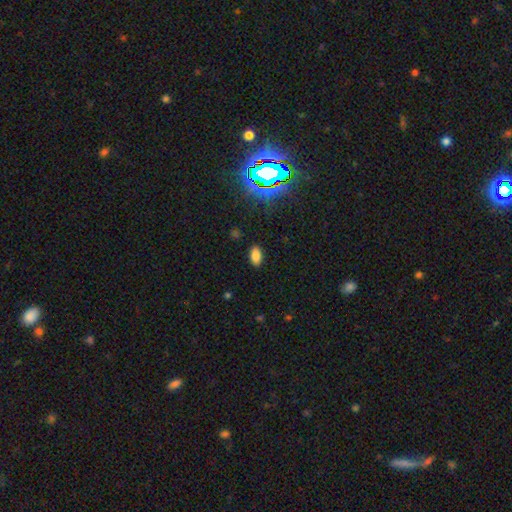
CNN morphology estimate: A smooth galaxy with no disk features (78%) that is in between round and cigar-shaped (92%). Merging: none (88%).